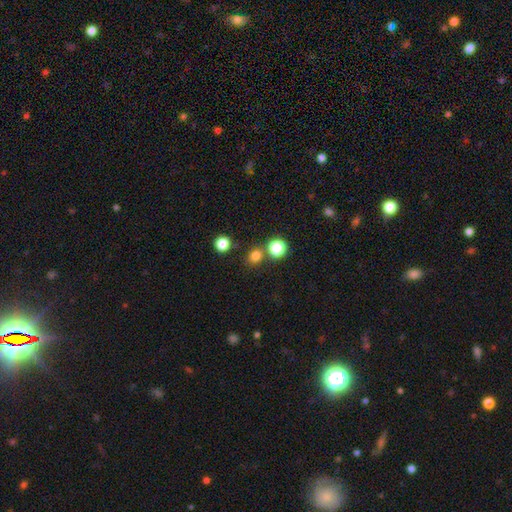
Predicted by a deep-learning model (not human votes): Q: Smooth or featured?
A: smooth (78%); runner-up: star or artifact (17%)
Q: How rounded?
A: round (78%); runner-up: in between (21%)
Q: Merging?
A: none (73%); runner-up: merger (16%)